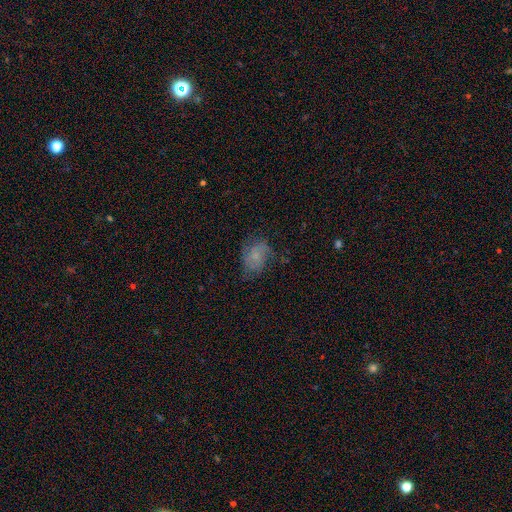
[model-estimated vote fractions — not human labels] A smooth galaxy with no disk features (47%). Merging: none (57%).